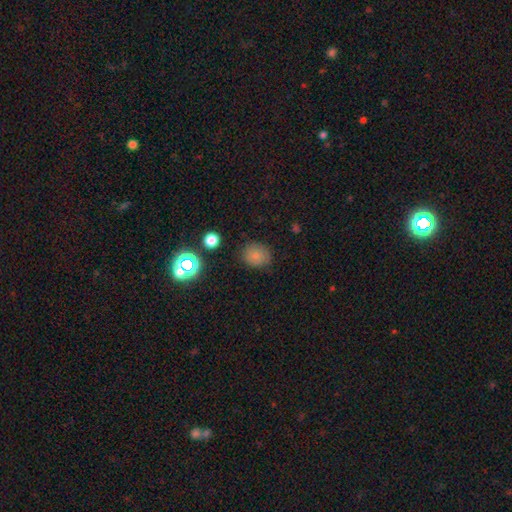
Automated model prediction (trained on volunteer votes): smooth-or-featured: smooth: 77% | star or artifact: 15% | featured or disk: 8%
  how-rounded: round: 66% | in between: 33% | cigar-shaped: 1%
  merging: none: 77% | minor disturbance: 17% | major disturbance: 4% | merger: 2%